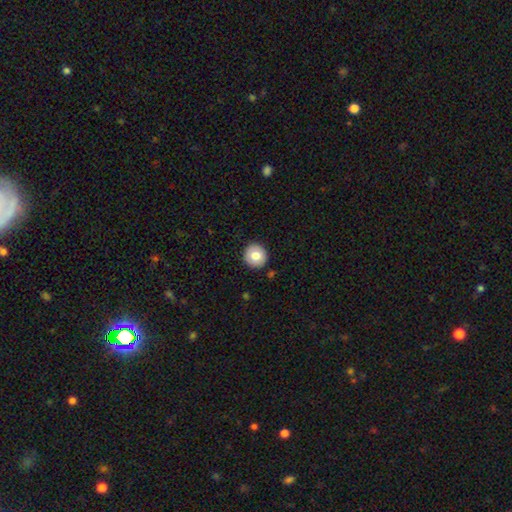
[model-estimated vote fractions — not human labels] smooth-or-featured: smooth: 79% | featured or disk: 13% | star or artifact: 8%
  how-rounded: round: 94% | in between: 5% | cigar-shaped: 1%
  merging: none: 91% | minor disturbance: 6% | major disturbance: 2% | merger: 1%